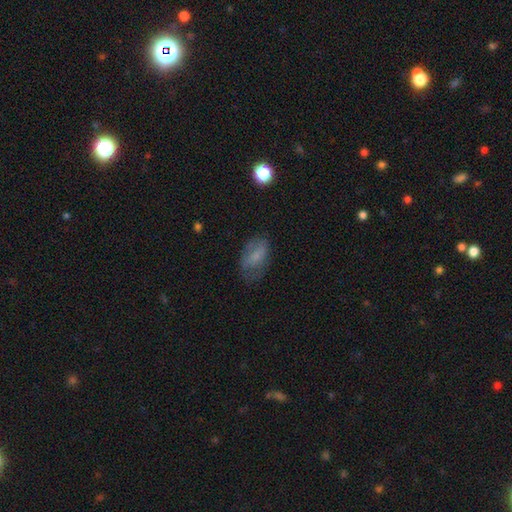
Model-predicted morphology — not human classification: Smooth or featured: smooth — 65% (featured or disk — 25%)
How rounded: in between — 88% (round — 8%)
Merging: none — 57% (minor disturbance — 26%)